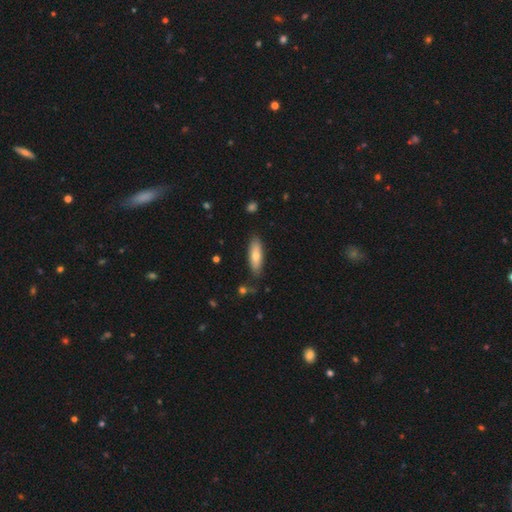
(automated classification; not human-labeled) smooth 70%, featured or disk 24%, star or artifact 6%. Down the decision tree: how rounded — in between (53%); merging — none (82%).